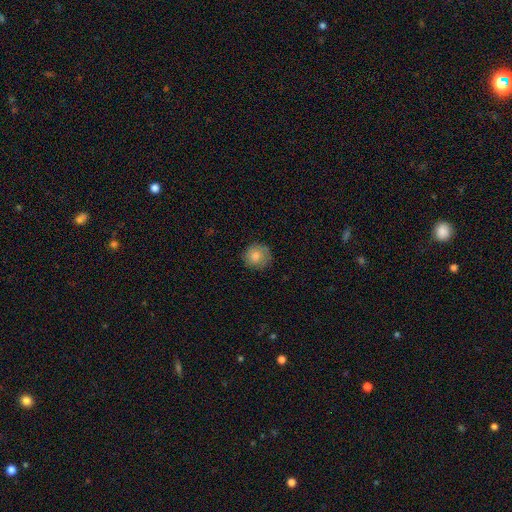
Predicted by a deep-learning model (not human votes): This appears to be a smooth galaxy with no disk features (82%) that is round (90%). Merging: none (82%).